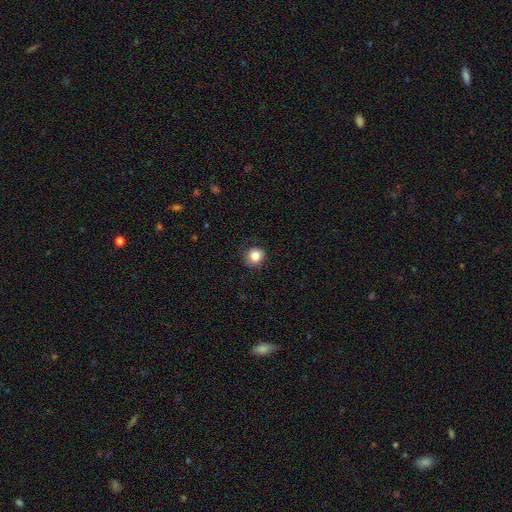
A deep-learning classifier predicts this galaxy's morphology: This is clearly a smooth galaxy (83%). How rounded: clearly round (88%). Merging: clearly none (84%).